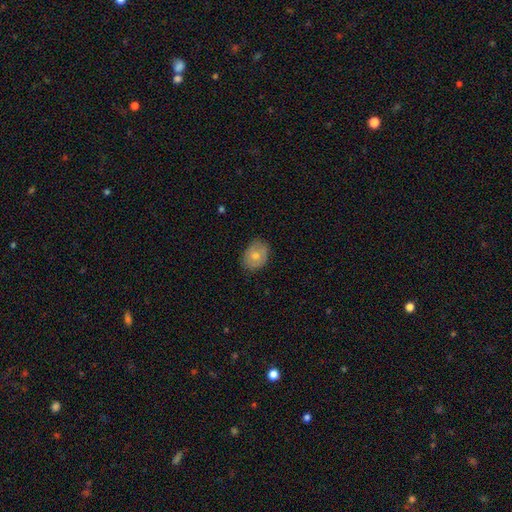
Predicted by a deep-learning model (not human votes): This is likely a smooth galaxy (66%). How rounded: likely in between (60%). Merging: likely none (78%).